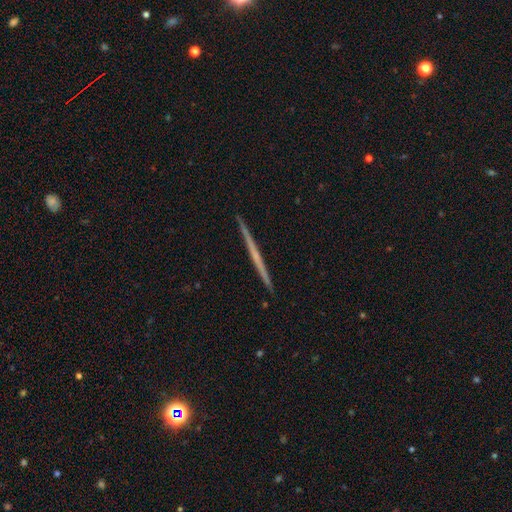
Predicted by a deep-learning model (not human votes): A featured or disk galaxy (66%) viewed edge-on (98%) with no central bulge (82%). Merging: none (93%).